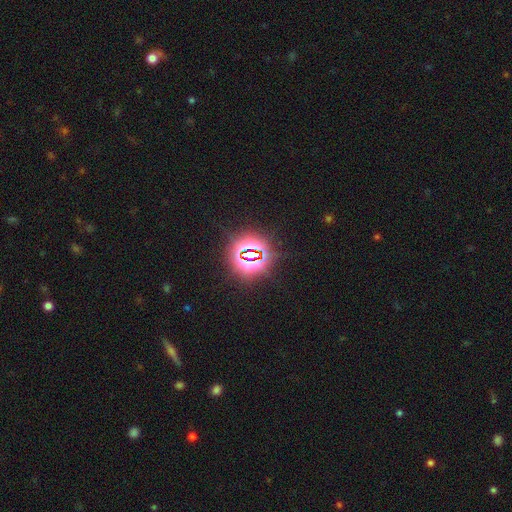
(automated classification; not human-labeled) Morphology: type=star or artifact (79%).